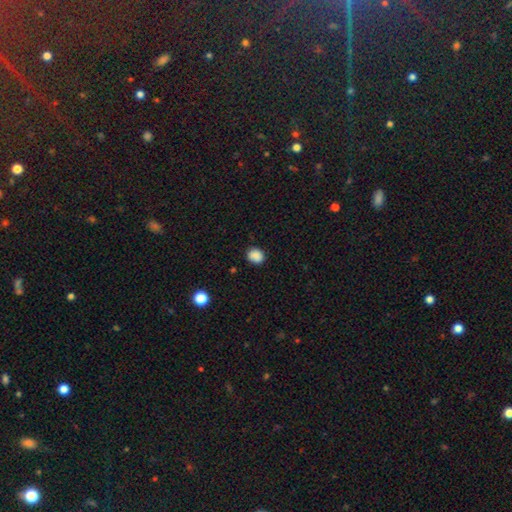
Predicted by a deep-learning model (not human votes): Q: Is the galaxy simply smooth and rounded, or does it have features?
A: smooth — 86%.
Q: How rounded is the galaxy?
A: round — 69%.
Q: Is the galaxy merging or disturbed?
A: none — 81%.